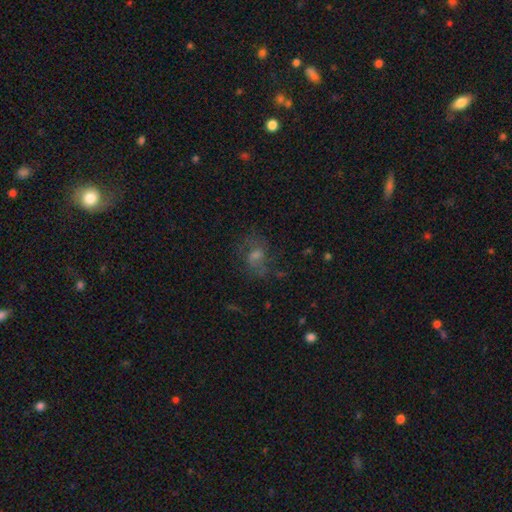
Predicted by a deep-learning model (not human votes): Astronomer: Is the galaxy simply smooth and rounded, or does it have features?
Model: featured or disk — 44% (runner-up: smooth, 33%).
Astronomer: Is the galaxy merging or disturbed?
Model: none — 60%.